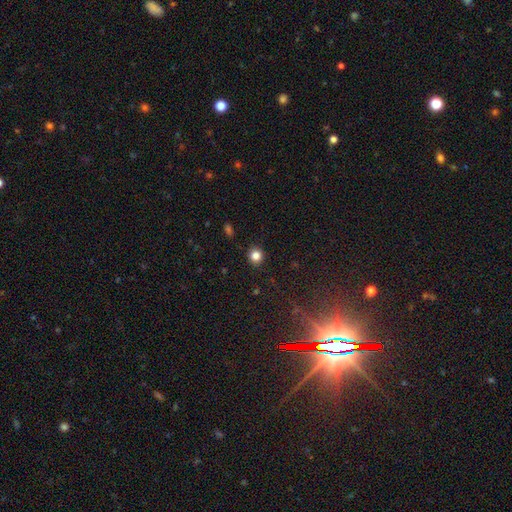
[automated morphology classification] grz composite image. It shows a smooth galaxy with no disk features (82%) that is round (88%). Merging: none (91%).